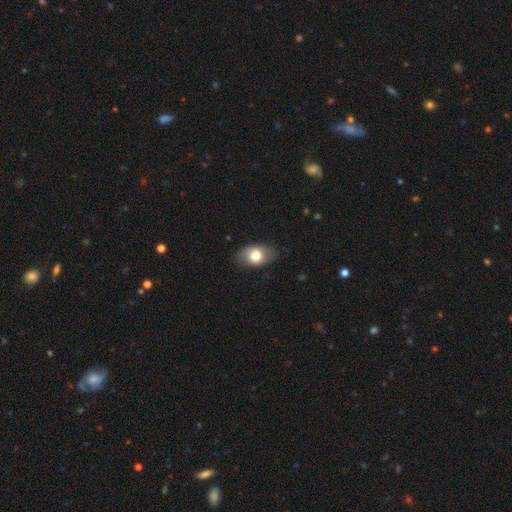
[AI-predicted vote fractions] Q: Smooth or featured?
A: smooth (75%); runner-up: featured or disk (18%)
Q: How rounded?
A: in between (85%); runner-up: round (13%)
Q: Merging?
A: none (80%); runner-up: minor disturbance (16%)